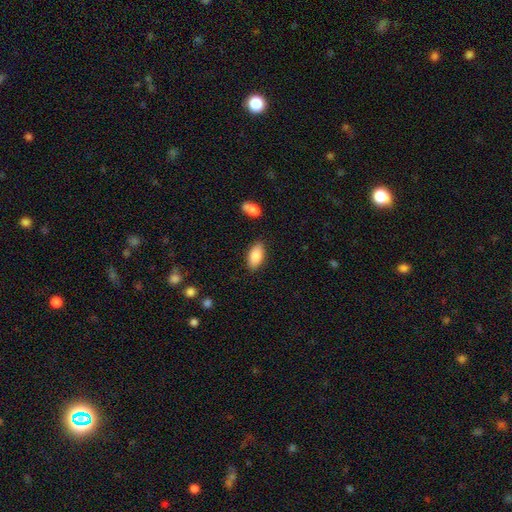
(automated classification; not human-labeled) Morphology: type=smooth (85%); roundness=in between (92%); merging=none (84%).